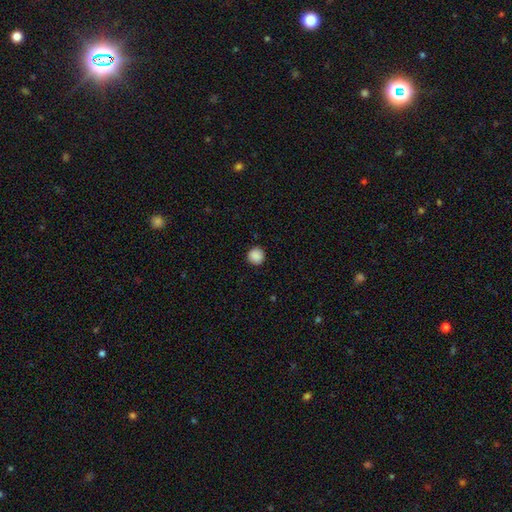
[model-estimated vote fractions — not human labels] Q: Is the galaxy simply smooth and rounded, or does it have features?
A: smooth — 89%.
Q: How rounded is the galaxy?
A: round — 95%.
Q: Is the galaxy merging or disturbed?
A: none — 92%.